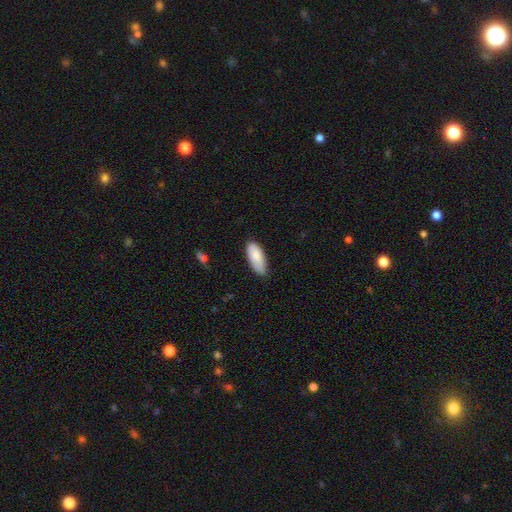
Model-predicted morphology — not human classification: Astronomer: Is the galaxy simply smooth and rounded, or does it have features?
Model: smooth — 85%.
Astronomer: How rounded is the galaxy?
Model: in between — 85%.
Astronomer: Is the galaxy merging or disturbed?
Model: none — 75%.